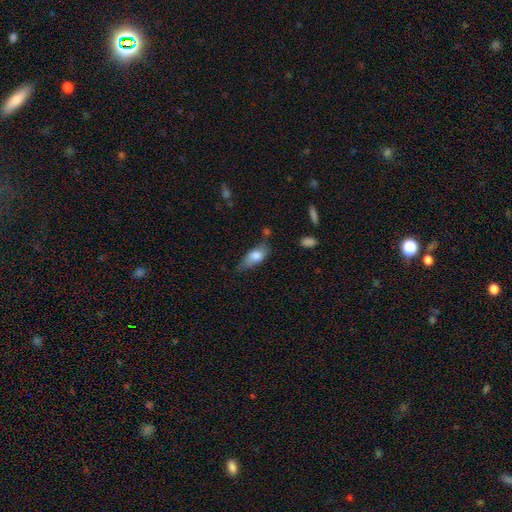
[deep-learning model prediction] Q: Smooth or featured?
A: smooth (75%); runner-up: featured or disk (18%)
Q: How rounded?
A: in between (80%); runner-up: cigar-shaped (16%)
Q: Merging?
A: none (46%); runner-up: minor disturbance (36%)